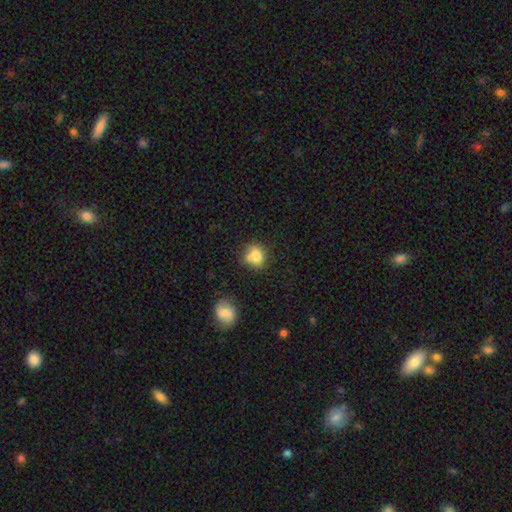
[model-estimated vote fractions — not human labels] A smooth galaxy with no disk features (78%) that is round (67%).

Vote fractions:
- Smooth or featured? smooth: 78% / featured or disk: 12% / star or artifact: 10%
- How rounded? round: 67% / in between: 31% / cigar-shaped: 1%
- Merging? none: 53% / merger: 25% / minor disturbance: 17% / major disturbance: 5%